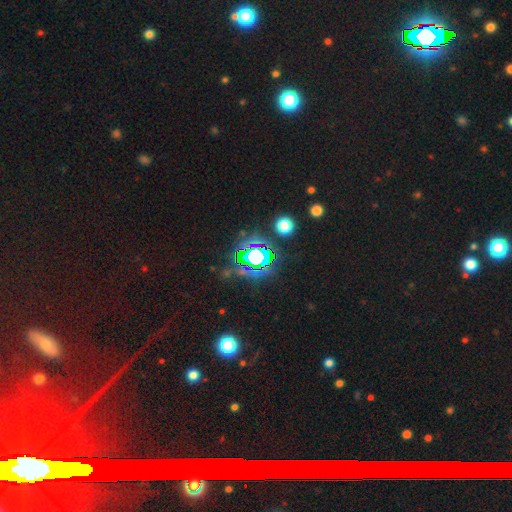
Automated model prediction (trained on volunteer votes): star or artifact 73%, smooth 16%, featured or disk 11%.